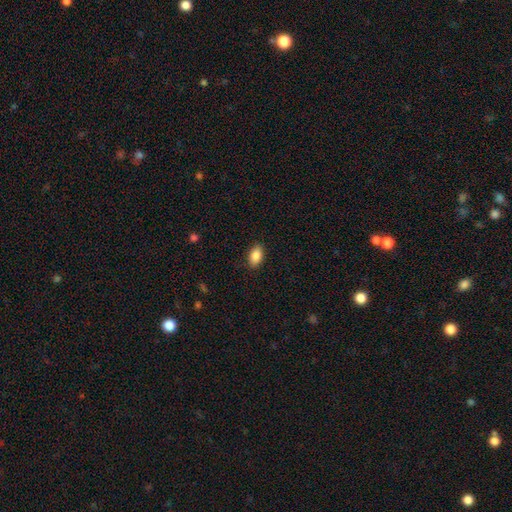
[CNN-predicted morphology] smooth 88%, star or artifact 7%, featured or disk 5%. Down the decision tree: how rounded — in between (92%); merging — none (88%).